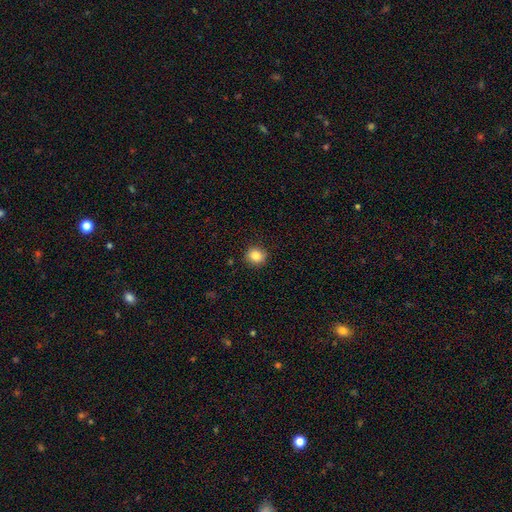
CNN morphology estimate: This appears to be a smooth galaxy with no disk features (85%) that is round (87%). Merging: none (90%).